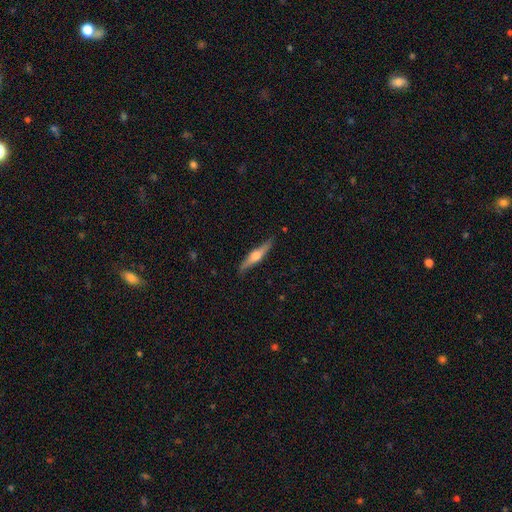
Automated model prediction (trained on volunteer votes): Overall: featured or disk (63%; smooth 32%). Edge-on disk: yes (95%). Edge-on bulge: rounded (91%). Merging: none (84%).